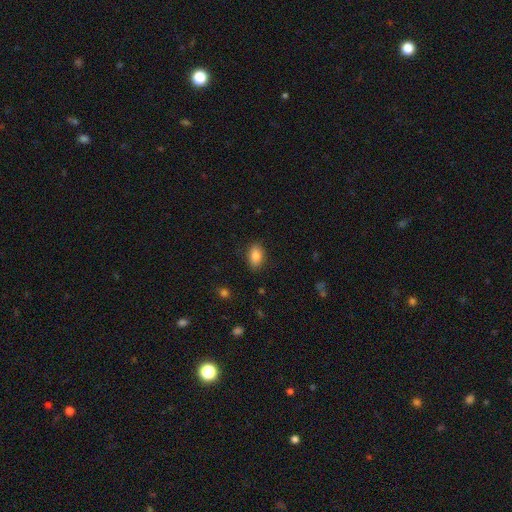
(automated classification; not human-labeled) This appears to be a smooth galaxy with no disk features (86%) that is in between round and cigar-shaped (88%). Merging: none (87%).